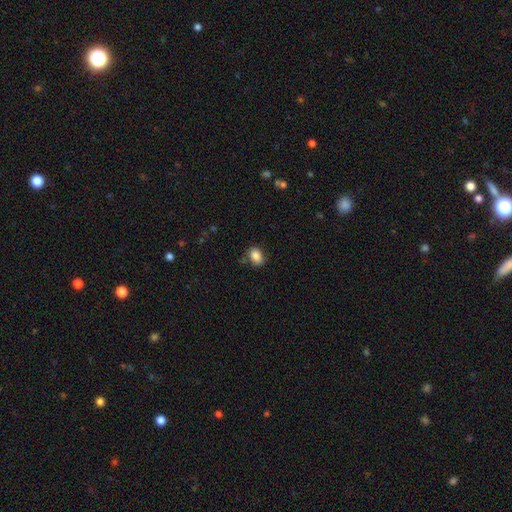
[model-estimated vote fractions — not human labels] Smooth or featured? smooth (86%)
How rounded? in between (76%)
Merging? none (75%)